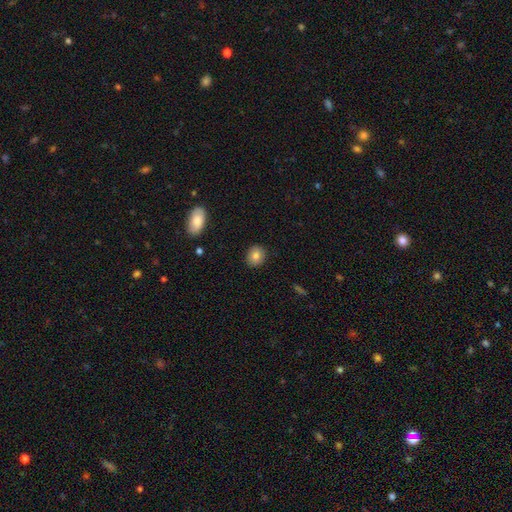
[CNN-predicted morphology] Smooth or featured?
  - smooth: 82% *
  - star or artifact: 9%
  - featured or disk: 9%
How rounded?
  - round: 69% *
  - in between: 30%
  - cigar-shaped: 1%
Merging?
  - none: 89% *
  - minor disturbance: 8%
  - major disturbance: 2%
  - merger: 1%